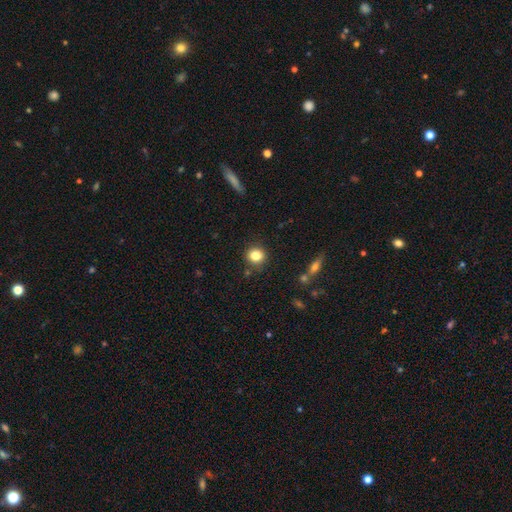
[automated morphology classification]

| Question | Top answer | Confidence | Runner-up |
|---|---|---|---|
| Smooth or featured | smooth | 82% | star or artifact (11%) |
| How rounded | round | 87% | in between (12%) |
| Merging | none | 86% | minor disturbance (8%) |